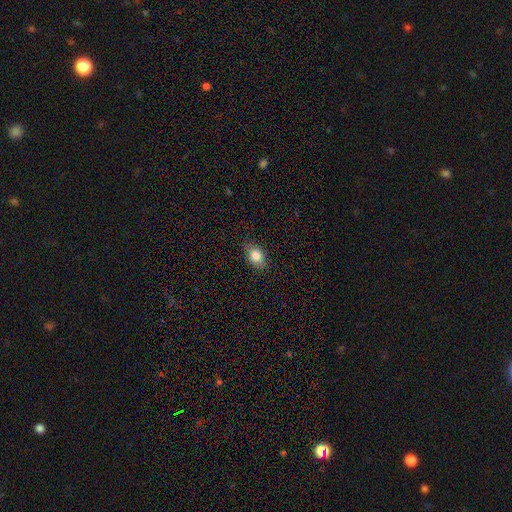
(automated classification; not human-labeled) smooth-or-featured: smooth: 81% | featured or disk: 10% | star or artifact: 9%
  how-rounded: in between: 72% | round: 26% | cigar-shaped: 2%
  merging: none: 84% | minor disturbance: 12% | major disturbance: 2% | merger: 1%